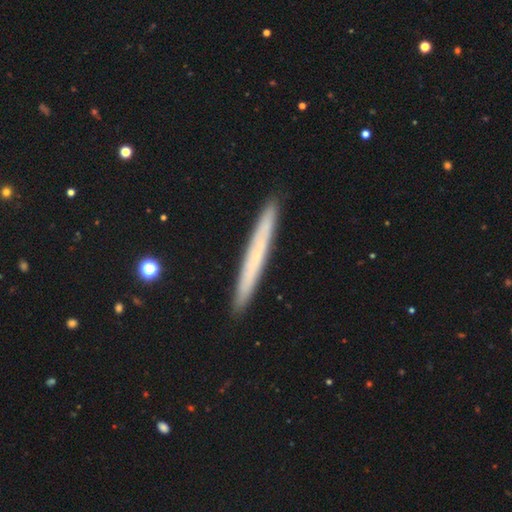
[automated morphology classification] smooth 48%, featured or disk 45%, star or artifact 7%. Down the decision tree: merging — none (92%).